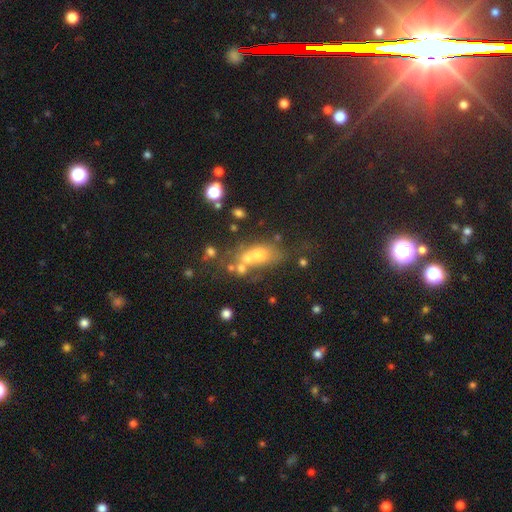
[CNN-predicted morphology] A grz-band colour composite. It shows a smooth galaxy with no disk features (56%) that is in between round and cigar-shaped (66%). Merging: merger (40%).